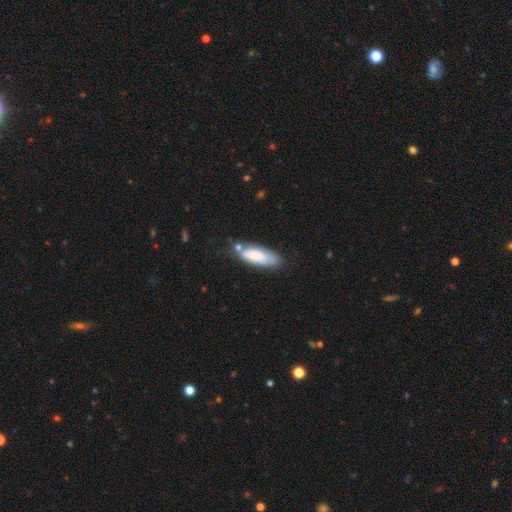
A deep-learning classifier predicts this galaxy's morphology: Smooth or featured: smooth — 68% (featured or disk — 26%)
How rounded: in between — 66% (cigar-shaped — 32%)
Merging: none — 58% (minor disturbance — 23%)